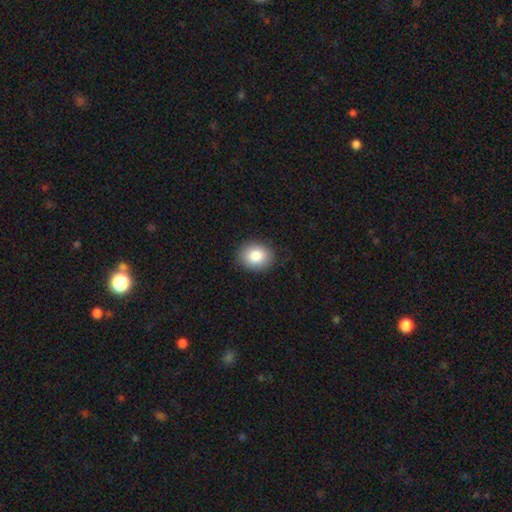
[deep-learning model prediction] Overall: smooth (85%). How rounded: round (56%; in between 43%). Merging: none (88%).